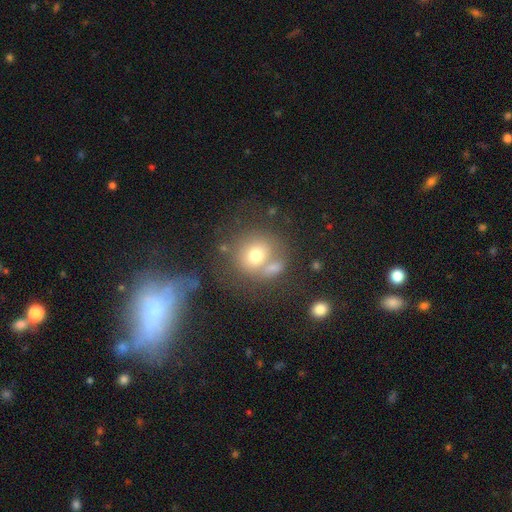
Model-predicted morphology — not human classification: This appears to be a smooth galaxy with no disk features (67%) that is round (83%). Merging: none (47%).